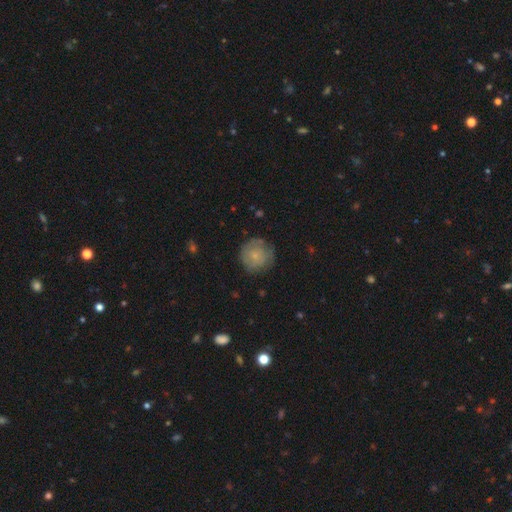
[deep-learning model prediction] Q: Smooth or featured?
A: smooth (68%); runner-up: featured or disk (24%)
Q: How rounded?
A: round (93%); runner-up: in between (6%)
Q: Merging?
A: none (73%); runner-up: minor disturbance (19%)